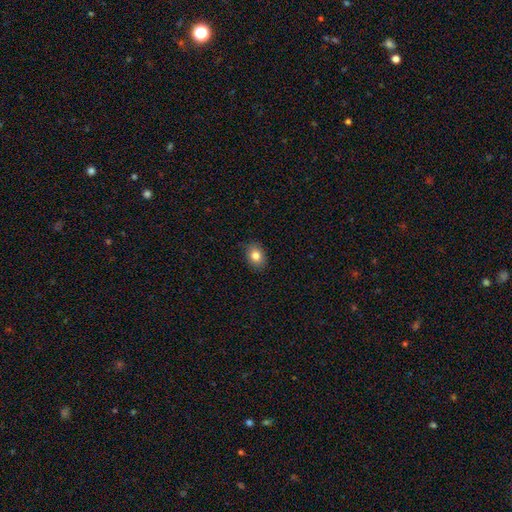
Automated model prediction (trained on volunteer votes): Smooth or featured? smooth (82%)
How rounded? in between (64%)
Merging? none (87%)